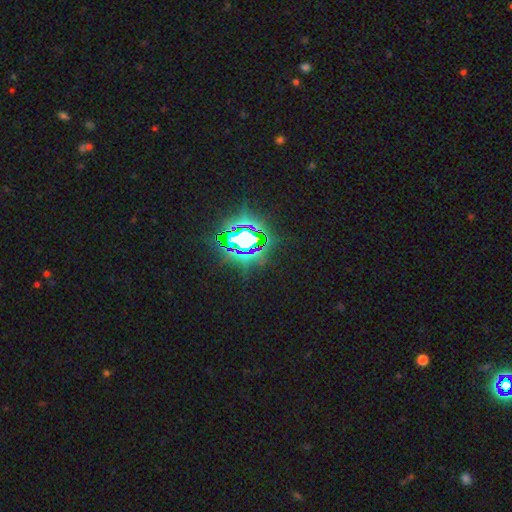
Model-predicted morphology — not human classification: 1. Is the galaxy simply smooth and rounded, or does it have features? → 85% star or artifact, 9% smooth, 6% featured or disk.